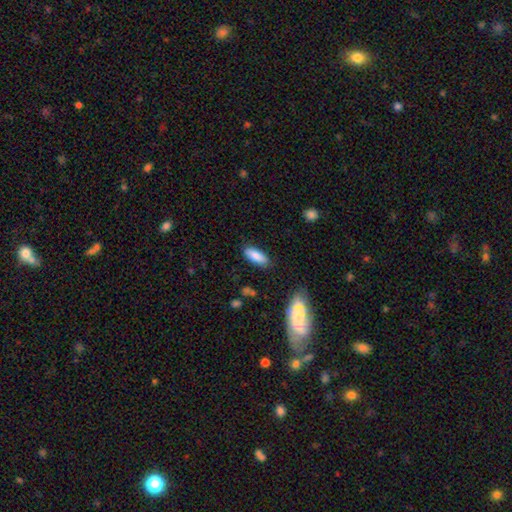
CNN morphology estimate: A smooth galaxy with no disk features (84%) that is in between round and cigar-shaped (78%). Merging: none (84%).